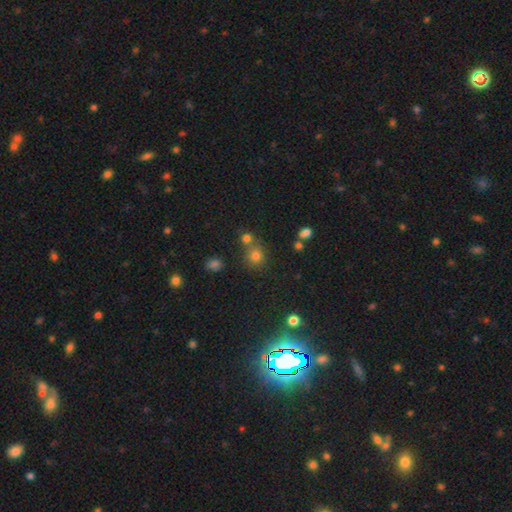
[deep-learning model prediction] A smooth galaxy with no disk features (72%) that is round (84%). Merging: none (61%).